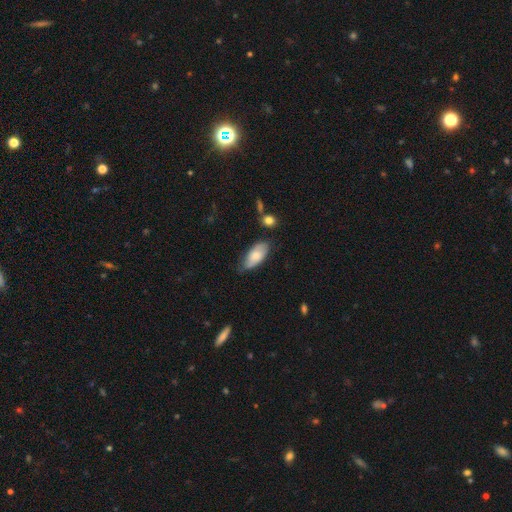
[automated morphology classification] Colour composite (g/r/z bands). It shows a smooth galaxy with no disk features (70%) that is in between round and cigar-shaped (90%). Merging: none (63%).